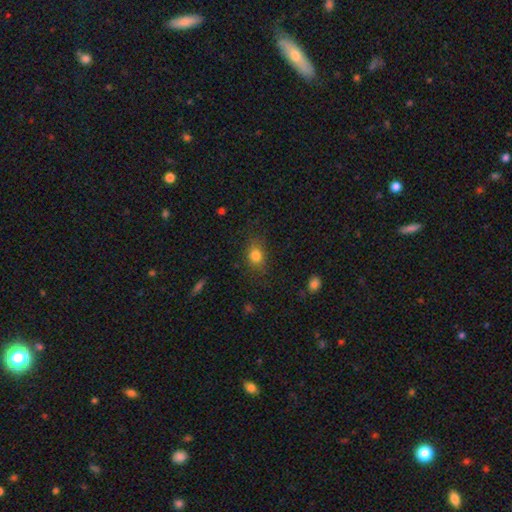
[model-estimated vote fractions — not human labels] A smooth galaxy with no disk features (81%) that is in between round and cigar-shaped (56%).

Vote fractions:
- Smooth or featured? smooth: 81% / star or artifact: 11% / featured or disk: 8%
- How rounded? in between: 56% / round: 42% / cigar-shaped: 2%
- Merging? none: 78% / minor disturbance: 16% / major disturbance: 5% / merger: 1%